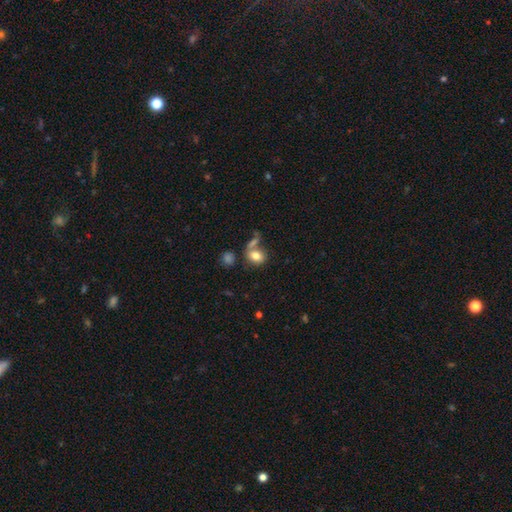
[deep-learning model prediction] Smooth or featured?
  - smooth: 78% *
  - featured or disk: 12%
  - star or artifact: 10%
How rounded?
  - in between: 64% *
  - round: 34%
  - cigar-shaped: 2%
Merging?
  - none: 46% *
  - merger: 30%
  - minor disturbance: 15%
  - major disturbance: 9%